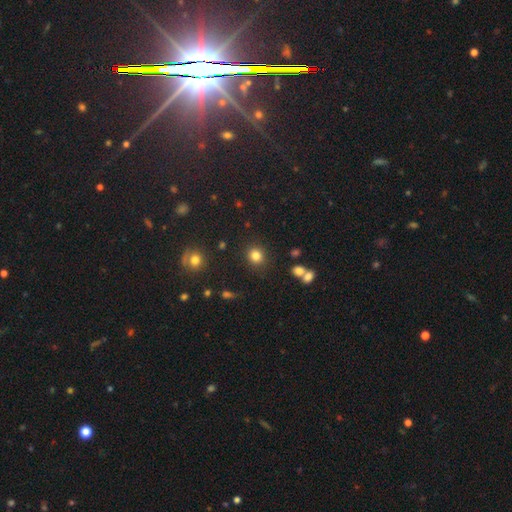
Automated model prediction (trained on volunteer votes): Smooth or featured? smooth (82%)
How rounded? round (83%)
Merging? none (87%)